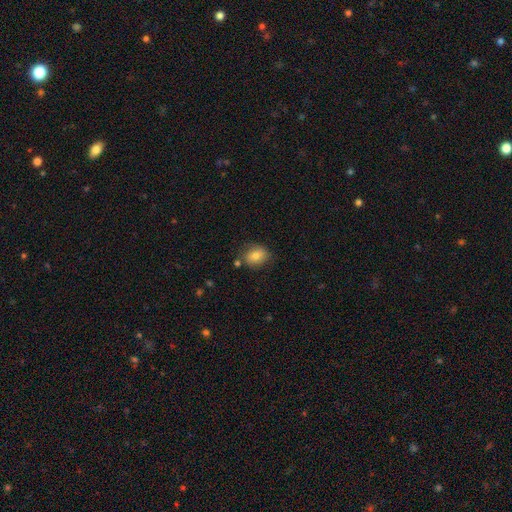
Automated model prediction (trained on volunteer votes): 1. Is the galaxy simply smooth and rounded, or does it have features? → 77% smooth, 14% featured or disk, 9% star or artifact.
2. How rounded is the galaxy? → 54% in between, 45% round, 1% cigar-shaped.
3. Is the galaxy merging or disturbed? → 74% none, 17% minor disturbance, 5% merger, 4% major disturbance.